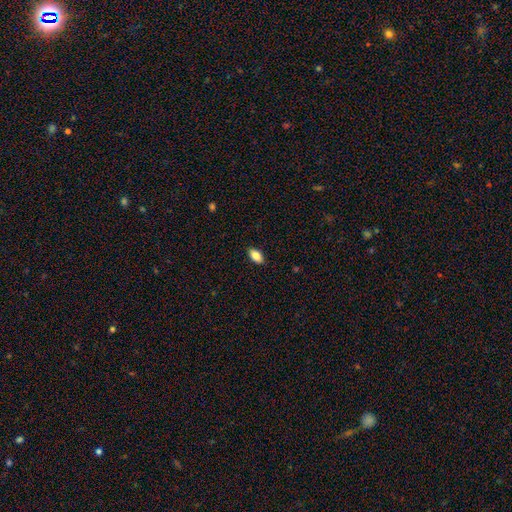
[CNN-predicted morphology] Smooth or featured? smooth (85%)
How rounded? in between (91%)
Merging? none (89%)